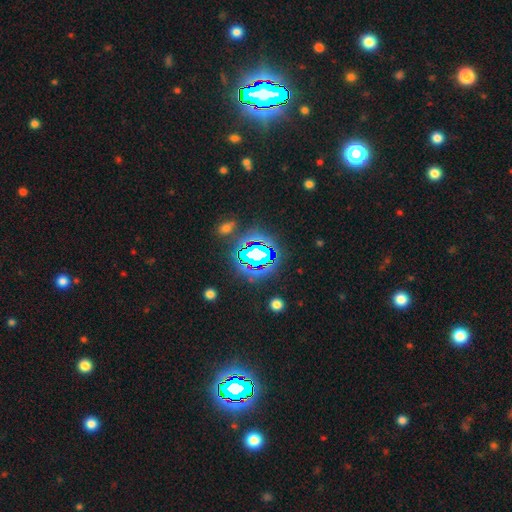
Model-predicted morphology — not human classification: Overall: star or artifact (79%).